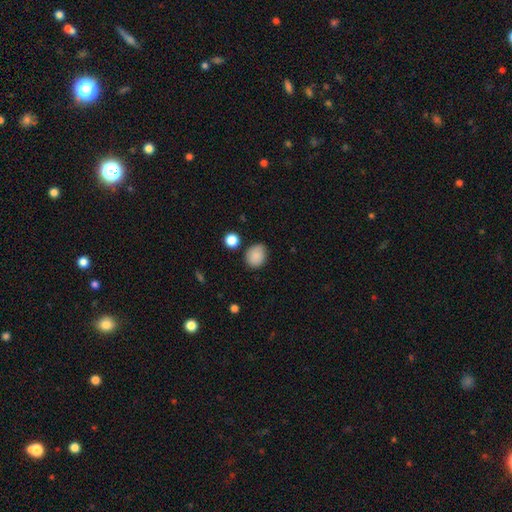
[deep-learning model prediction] smooth_or_featured: smooth (p=0.87) [alt: star or artifact p=0.09]
how_rounded: in between (p=0.52) [alt: round p=0.47]
merging: none (p=0.76) [alt: minor disturbance p=0.18]